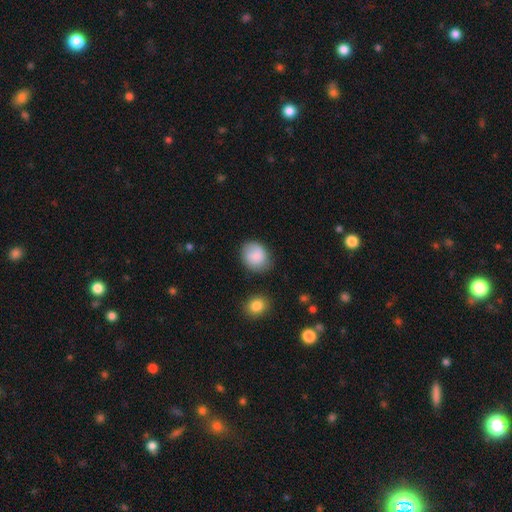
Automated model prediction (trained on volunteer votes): Smooth or featured: smooth — 77% (featured or disk — 16%)
How rounded: round — 63% (in between — 36%)
Merging: none — 74% (minor disturbance — 19%)